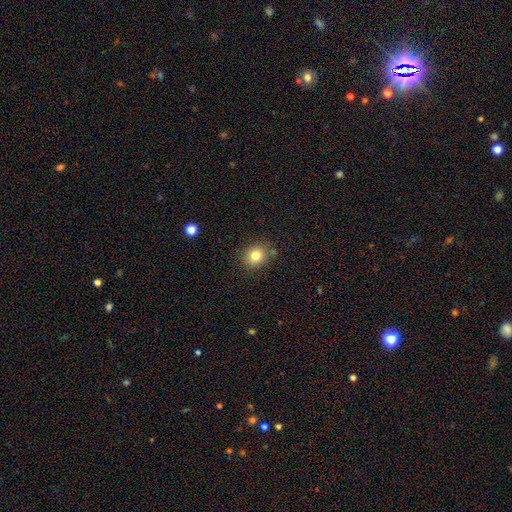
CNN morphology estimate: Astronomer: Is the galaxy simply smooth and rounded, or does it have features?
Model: smooth — 80%.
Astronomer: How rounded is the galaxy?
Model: round — 73%.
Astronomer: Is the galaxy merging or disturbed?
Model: none — 84%.